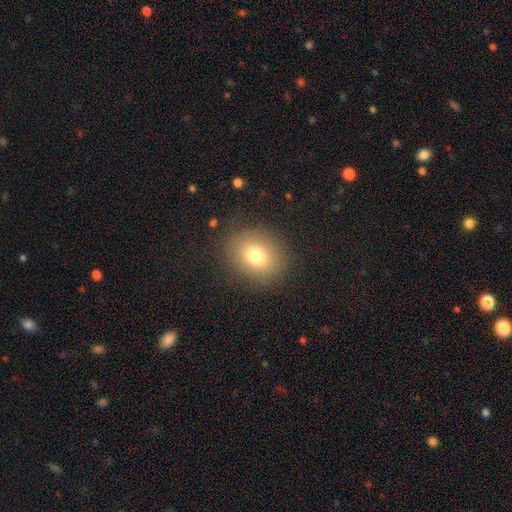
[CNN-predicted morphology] Smooth or featured?
  - smooth: 75% *
  - star or artifact: 13%
  - featured or disk: 12%
How rounded?
  - round: 66% *
  - in between: 33%
  - cigar-shaped: 1%
Merging?
  - none: 85% *
  - minor disturbance: 9%
  - major disturbance: 4%
  - merger: 1%